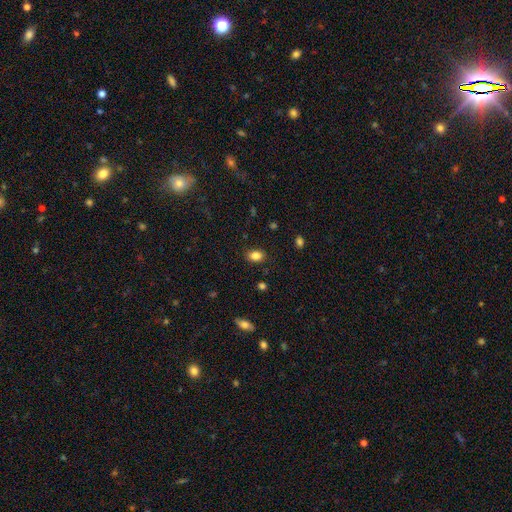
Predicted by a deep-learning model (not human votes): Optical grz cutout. It shows a smooth galaxy with no disk features (85%) that is in between round and cigar-shaped (77%). Merging: none (85%).